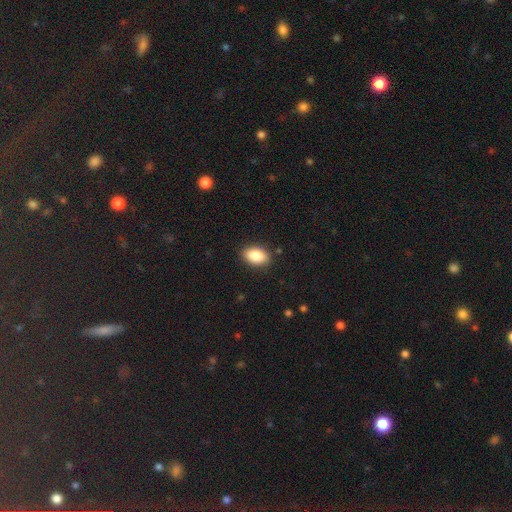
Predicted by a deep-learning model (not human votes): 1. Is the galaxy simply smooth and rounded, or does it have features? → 86% smooth, 8% star or artifact, 6% featured or disk.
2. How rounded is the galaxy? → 89% in between, 9% round, 2% cigar-shaped.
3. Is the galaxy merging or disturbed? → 88% none, 9% minor disturbance, 2% major disturbance, 1% merger.